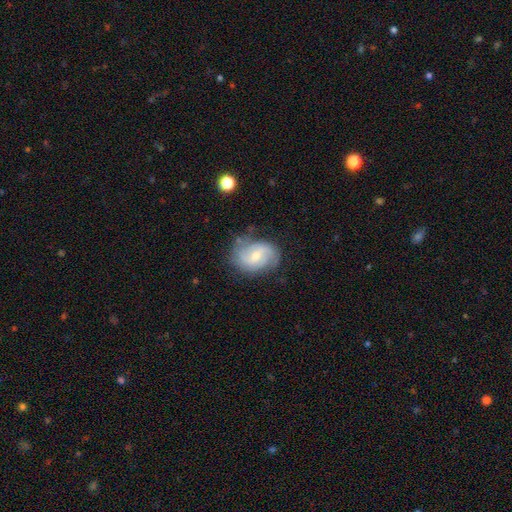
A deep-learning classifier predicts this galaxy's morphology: Smooth or featured?
  - featured or disk: 77% *
  - smooth: 17%
  - star or artifact: 6%
Edge-on disk?
  - no: 97% *
  - yes: 3%
Bar?
  - weak: 56% *
  - no: 32%
  - strong: 13%
Spiral arms?
  - yes: 93% *
  - no: 7%
Spiral winding?
  - medium: 46% *
  - tight: 31%
  - loose: 22%
Spiral arm count?
  - 2: 71% *
  - can't tell: 14%
  - 3: 8%
  - 1: 3%
  - 4: 2%
  - more than 4: 2%
Bulge size?
  - moderate: 48% *
  - small: 47%
  - large: 2%
  - none: 2%
  - dominant: 1%
Merging?
  - none: 70% *
  - minor disturbance: 21%
  - major disturbance: 7%
  - merger: 2%